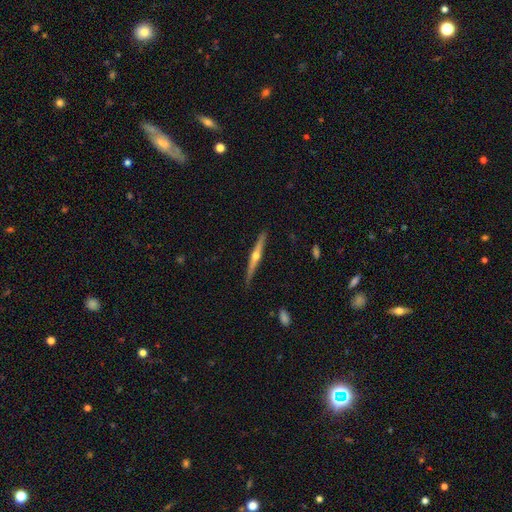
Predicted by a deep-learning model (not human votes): smooth-or-featured: featured or disk: 76% | smooth: 18% | star or artifact: 6%
  disk-edge-on: yes: 98% | no: 2%
    edge-on-bulge: rounded: 92% | none: 5% | boxy: 2%
  merging: none: 87% | minor disturbance: 10% | major disturbance: 2% | merger: 1%